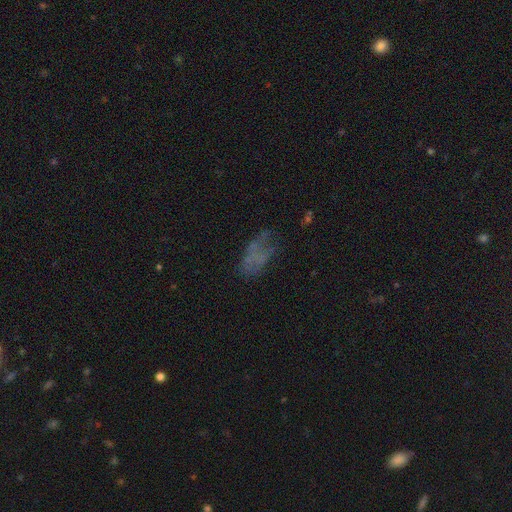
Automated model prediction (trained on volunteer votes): Smooth or featured? Predicted: smooth (p=0.40). Merging? Predicted: none (p=0.43).